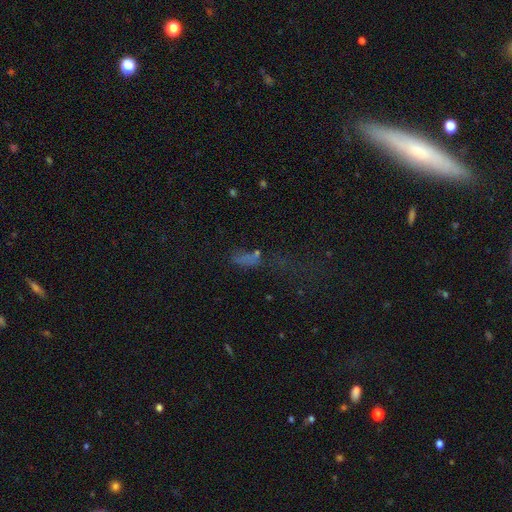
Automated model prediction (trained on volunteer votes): smooth 45%, star or artifact 37%, featured or disk 18%. Down the decision tree: merging — none (35%).